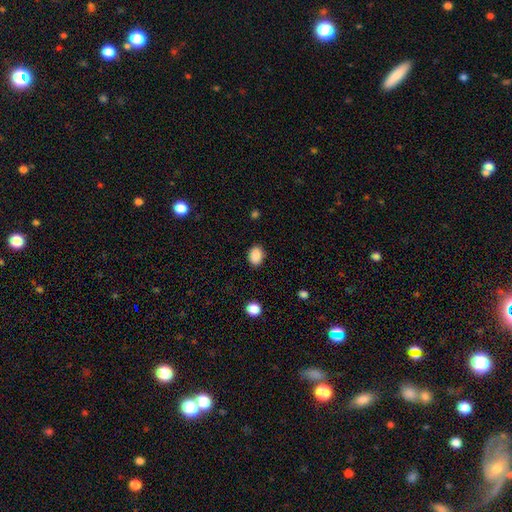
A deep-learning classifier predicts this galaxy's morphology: smooth 89%, star or artifact 8%, featured or disk 3%. Down the decision tree: how rounded — in between (71%); merging — none (86%).